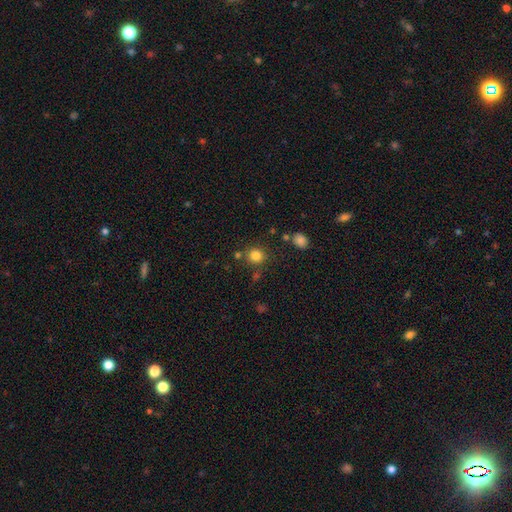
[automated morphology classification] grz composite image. It shows a smooth galaxy with no disk features (81%) that is round (88%). Merging: none (79%).